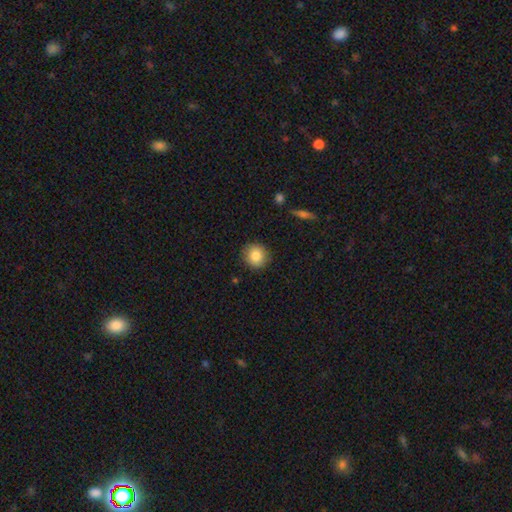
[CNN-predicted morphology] type=smooth (84%); roundness=round (90%); merging=none (90%).